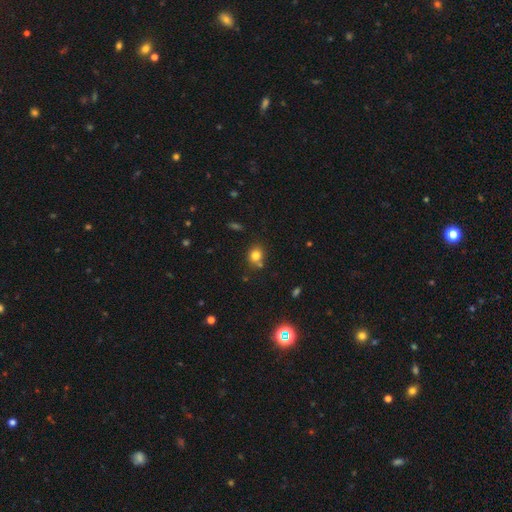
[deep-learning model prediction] A smooth galaxy with no disk features (78%) that is round (71%). Merging: none (68%).